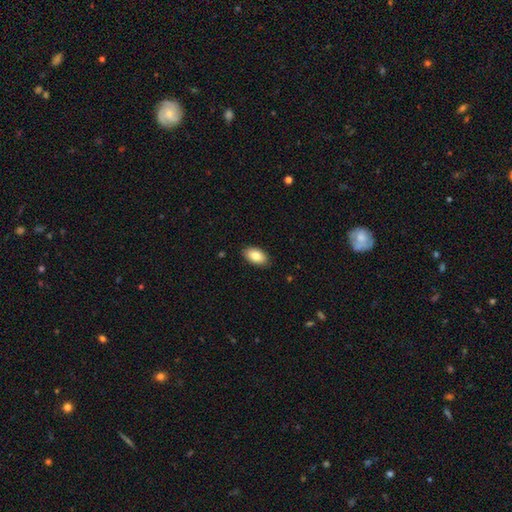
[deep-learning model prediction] Smooth or featured? smooth (84%)
How rounded? in between (93%)
Merging? none (88%)